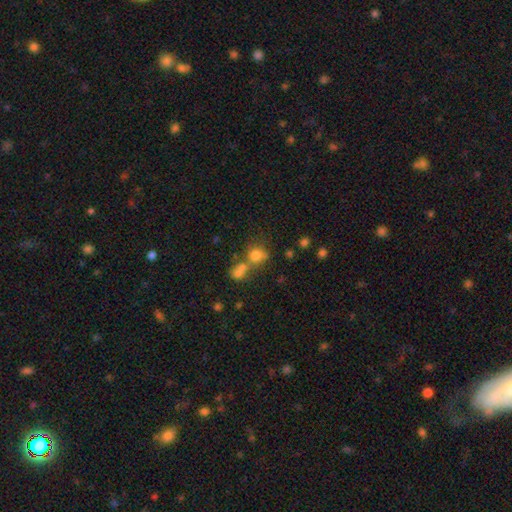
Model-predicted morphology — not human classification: A smooth galaxy with no disk features (74%) that is round (74%).

Vote fractions:
- Smooth or featured? smooth: 74% / star or artifact: 15% / featured or disk: 11%
- How rounded? round: 74% / in between: 25% / cigar-shaped: 1%
- Merging? merger: 43% / none: 40% / minor disturbance: 10% / major disturbance: 6%